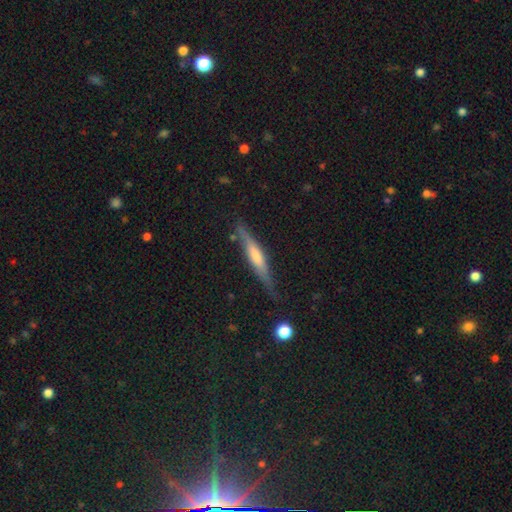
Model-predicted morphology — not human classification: type=featured or disk (57%); edge-on=yes (94%); edge-on bulge=rounded (48%); merging=none (79%).